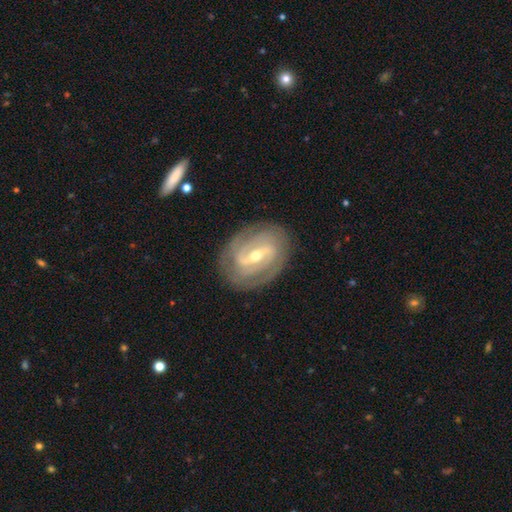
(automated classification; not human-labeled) smooth-or-featured: featured or disk: 86% | smooth: 9% | star or artifact: 5%
  disk-edge-on: no: 95% | yes: 5%
    bar: strong: 51% | weak: 37% | no: 11%
    has-spiral-arms: yes: 93% | no: 7%
      spiral-winding: tight: 60% | medium: 31% | loose: 8%
      spiral-arm-count: 2: 51% | can't tell: 19% | 3: 19% | 4: 6% | 1: 3% | more than 4: 3%
    bulge-size: moderate: 53% | small: 43% | large: 2% | none: 1% | dominant: 1%
  merging: none: 82% | minor disturbance: 13% | major disturbance: 4% | merger: 1%